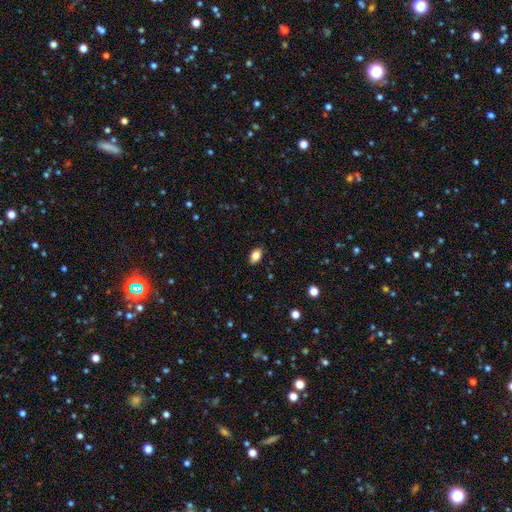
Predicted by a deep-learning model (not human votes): Smooth or featured? Predicted: smooth (p=0.84). How rounded? Predicted: in between (p=0.90). Merging? Predicted: none (p=0.87).